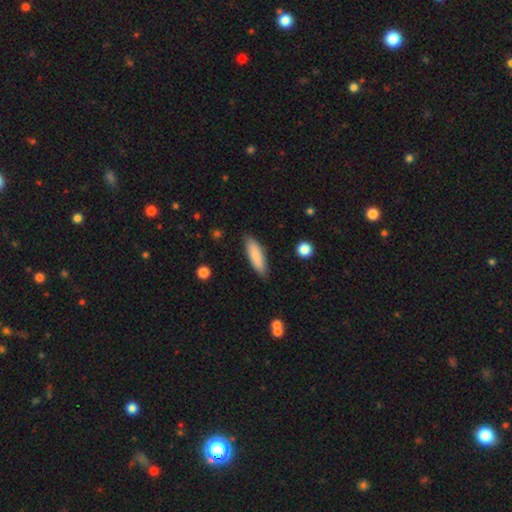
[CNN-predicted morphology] This is clearly a smooth galaxy (83%). How rounded: possibly cigar-shaped (59%). Merging: clearly none (86%).